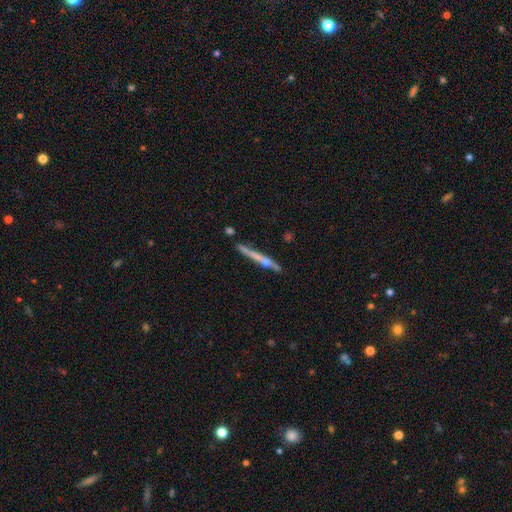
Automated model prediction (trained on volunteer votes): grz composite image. It shows a featured or disk galaxy (61%) viewed edge-on (94%) with a rounded central bulge (52%). Merging: none (71%).